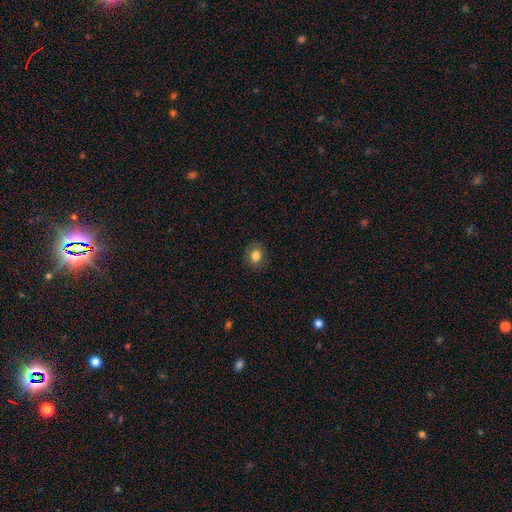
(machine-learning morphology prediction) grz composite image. It shows a smooth galaxy with no disk features (82%) that is round (66%). Merging: none (87%).